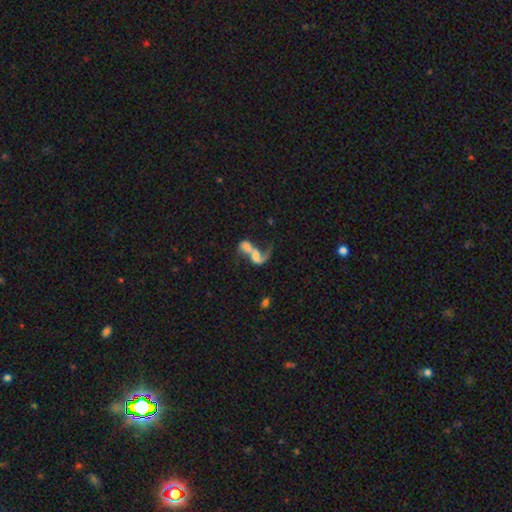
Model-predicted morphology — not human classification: This is likely a featured or disk galaxy (60%). It is clearly not viewed edge-on (95%). Bar: possibly no (58%). Spiral arm pattern: likely yes (68%). Central bulge: marginally moderate (31%). Merging: likely merger (67%).